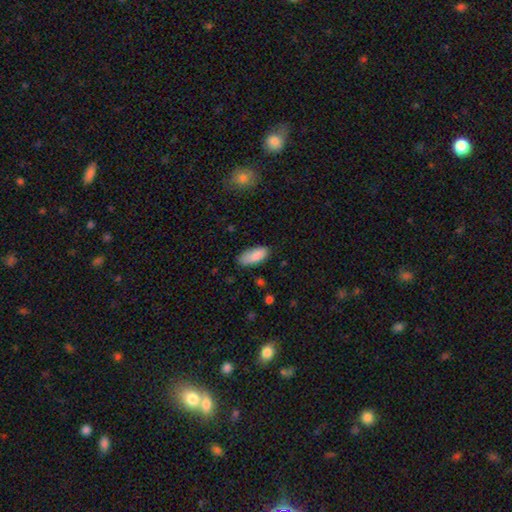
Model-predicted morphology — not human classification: type=smooth (87%); roundness=in between (87%); merging=none (72%).